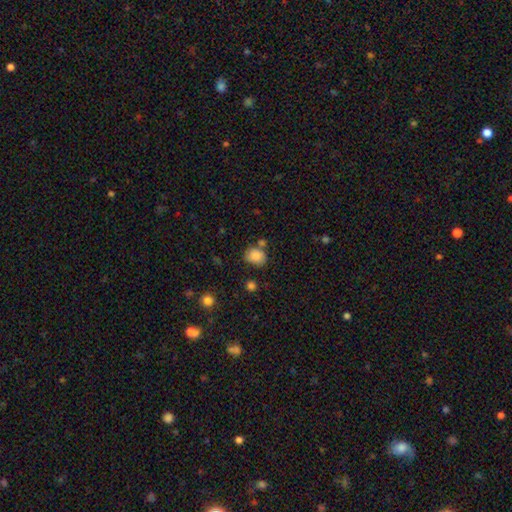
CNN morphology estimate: Smooth or featured? smooth (84%)
How rounded? round (51%)
Merging? none (65%)